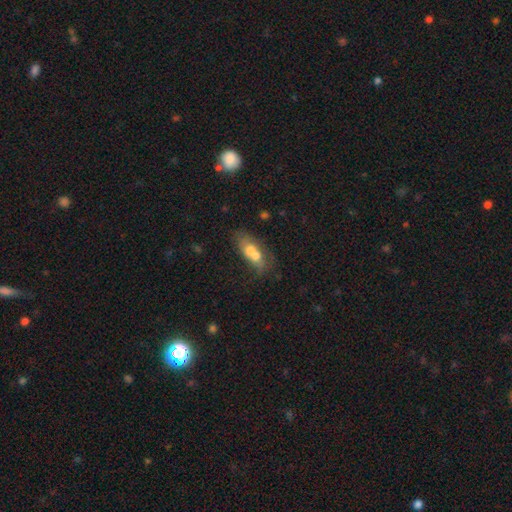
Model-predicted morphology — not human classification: Smooth or featured: smooth — 61% (featured or disk — 30%)
How rounded: in between — 72% (round — 15%)
Merging: merger — 58% (none — 24%)